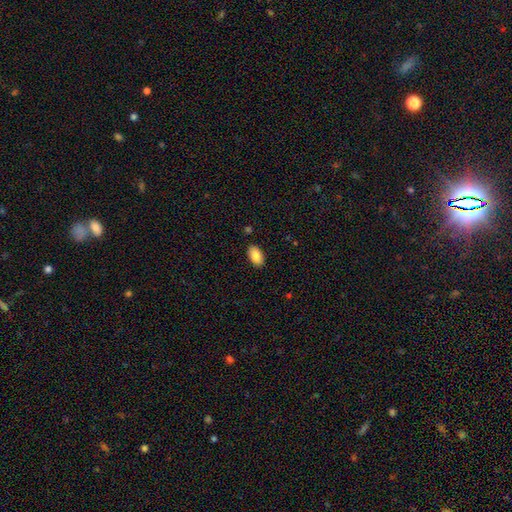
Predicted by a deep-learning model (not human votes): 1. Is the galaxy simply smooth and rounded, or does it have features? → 87% smooth, 7% star or artifact, 6% featured or disk.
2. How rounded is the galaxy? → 94% in between, 4% round, 2% cigar-shaped.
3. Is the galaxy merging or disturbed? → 88% none, 9% minor disturbance, 2% major disturbance, 1% merger.